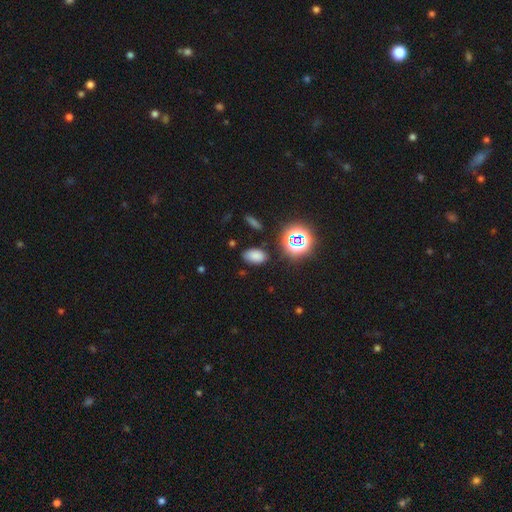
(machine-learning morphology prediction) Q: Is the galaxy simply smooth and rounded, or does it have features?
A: smooth — 73%.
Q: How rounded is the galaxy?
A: in between — 89%.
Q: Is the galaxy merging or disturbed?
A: none — 83%.